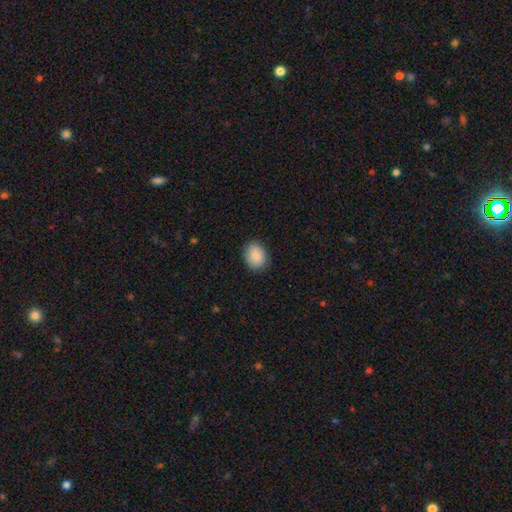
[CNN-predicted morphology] Overall: smooth (87%). How rounded: in between (54%; round 45%). Merging: none (85%).